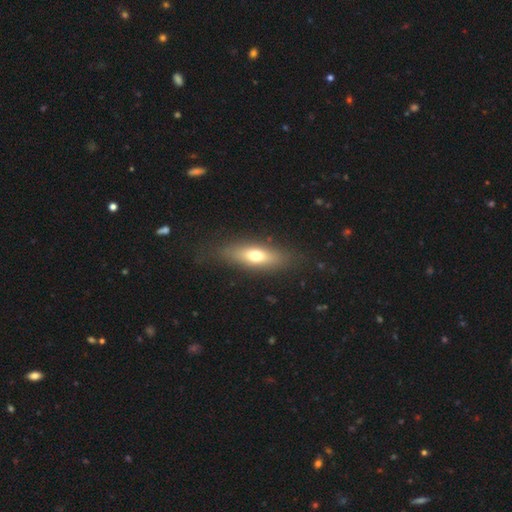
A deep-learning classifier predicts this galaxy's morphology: smooth-or-featured: smooth: 62% | featured or disk: 30% | star or artifact: 8%
  how-rounded: in between: 56% | cigar-shaped: 40% | round: 4%
  merging: none: 81% | minor disturbance: 12% | major disturbance: 5% | merger: 1%